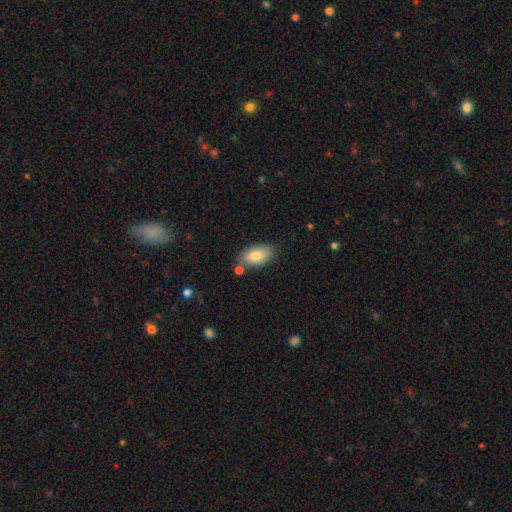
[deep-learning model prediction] Smooth or featured: smooth — 84% (featured or disk — 10%)
How rounded: in between — 93% (round — 4%)
Merging: none — 74% (minor disturbance — 15%)